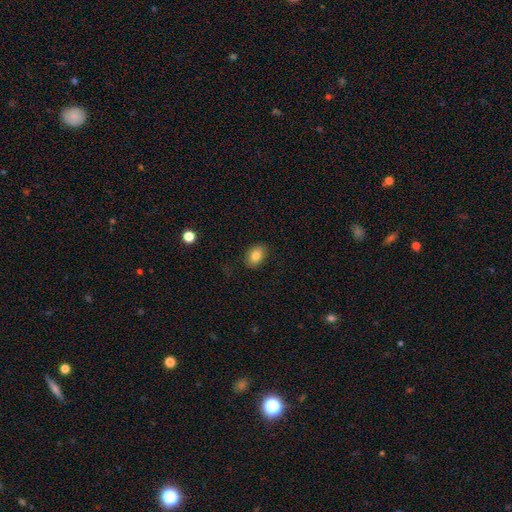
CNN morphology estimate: Smooth or featured?
  - smooth: 82% *
  - featured or disk: 10%
  - star or artifact: 9%
How rounded?
  - in between: 82% *
  - round: 17%
  - cigar-shaped: 1%
Merging?
  - none: 87% *
  - minor disturbance: 9%
  - major disturbance: 2%
  - merger: 1%